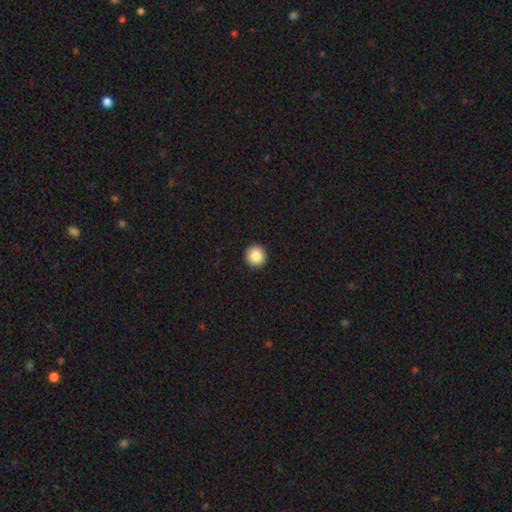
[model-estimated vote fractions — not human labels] Smooth or featured?
  - smooth: 85% *
  - star or artifact: 9%
  - featured or disk: 6%
How rounded?
  - round: 95% *
  - in between: 4%
  - cigar-shaped: 1%
Merging?
  - none: 93% *
  - minor disturbance: 4%
  - major disturbance: 1%
  - merger: 1%